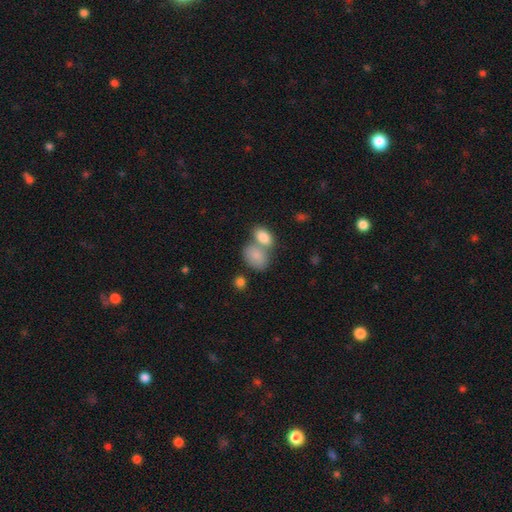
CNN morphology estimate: A smooth galaxy with no disk features (83%) that is in between round and cigar-shaped (80%). Merging: merger (49%).